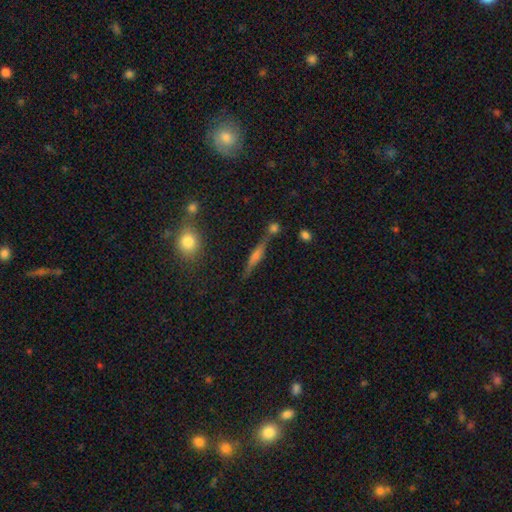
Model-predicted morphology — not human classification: Q: Smooth or featured?
A: featured or disk (61%); runner-up: smooth (28%)
Q: Edge-on disk?
A: yes (94%); runner-up: no (6%)
Q: Edge-on bulge?
A: rounded (69%); runner-up: boxy (17%)
Q: Merging?
A: none (77%); runner-up: minor disturbance (11%)